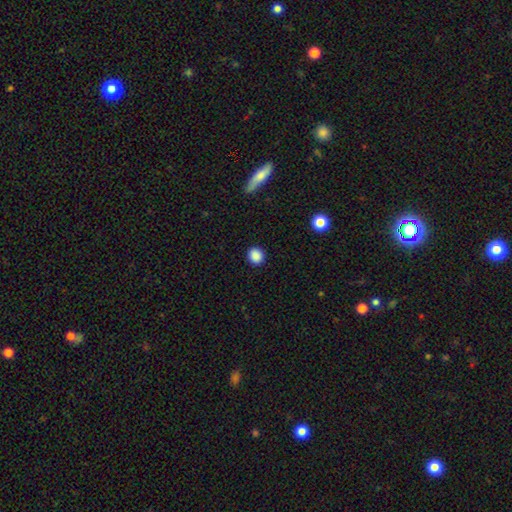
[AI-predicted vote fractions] smooth-or-featured: smooth: 88% | star or artifact: 10% | featured or disk: 3%
  how-rounded: round: 82% | in between: 17% | cigar-shaped: 1%
  merging: none: 91% | minor disturbance: 6% | major disturbance: 2% | merger: 1%